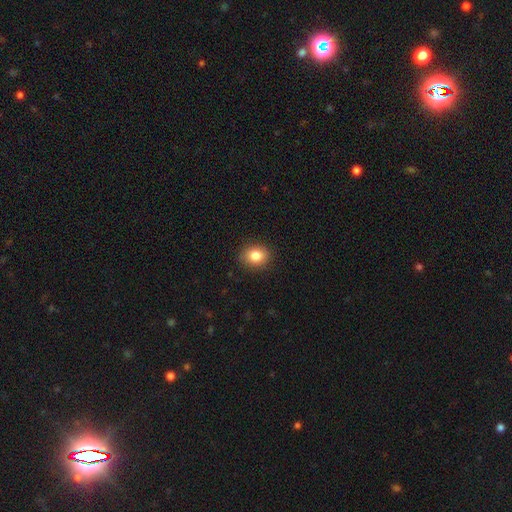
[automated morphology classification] Smooth or featured? Predicted: smooth (p=0.84). How rounded? Predicted: round (p=0.58). Merging? Predicted: none (p=0.89).